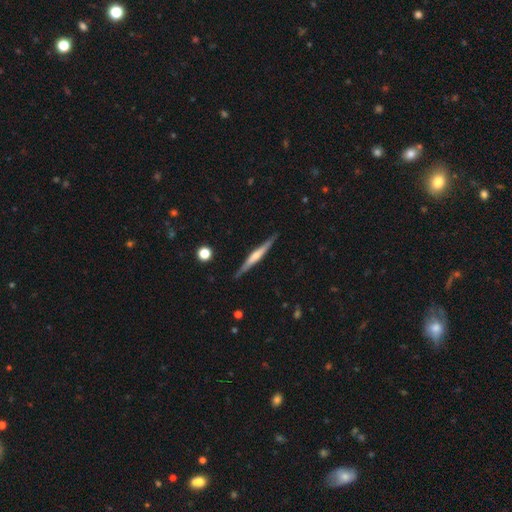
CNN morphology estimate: Q: Smooth or featured?
A: featured or disk (64%); runner-up: smooth (30%)
Q: Edge-on disk?
A: yes (97%); runner-up: no (3%)
Q: Edge-on bulge?
A: rounded (61%); runner-up: none (24%)
Q: Merging?
A: none (86%); runner-up: minor disturbance (10%)